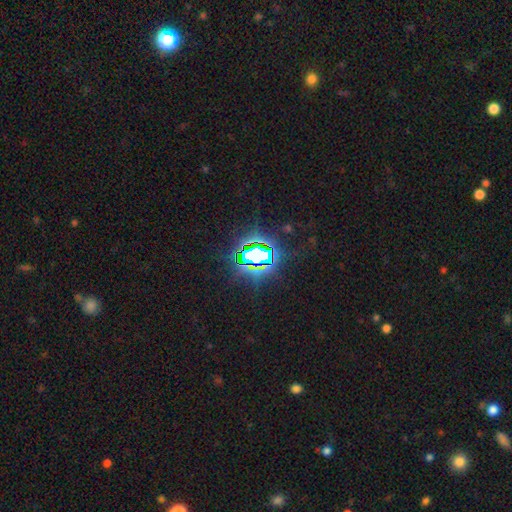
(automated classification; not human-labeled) Smooth or featured? Predicted: star or artifact (p=0.76).